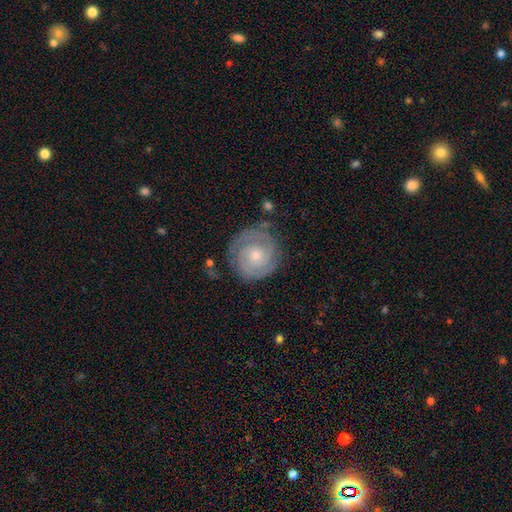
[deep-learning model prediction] Smooth or featured? Predicted: featured or disk (p=0.83). Edge-on disk? Predicted: no (p=0.98). Bar? Predicted: no (p=0.76). Spiral arms? Predicted: yes (p=0.96). Spiral winding? Predicted: tight (p=0.78). Spiral arm count? Predicted: 2 (p=0.65). Bulge size? Predicted: small (p=0.62). Merging? Predicted: none (p=0.80).